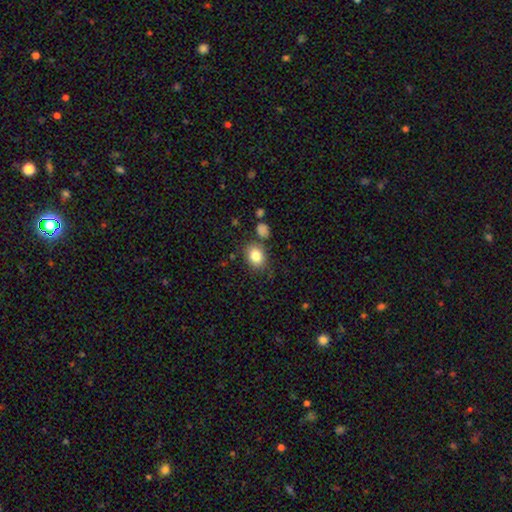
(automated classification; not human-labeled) Q: Smooth or featured?
A: smooth (83%); runner-up: star or artifact (9%)
Q: How rounded?
A: in between (55%); runner-up: round (44%)
Q: Merging?
A: none (77%); runner-up: minor disturbance (13%)